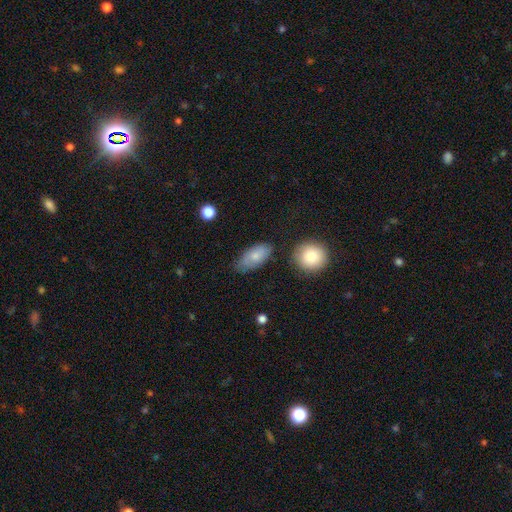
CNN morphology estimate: Smooth or featured? smooth (76%)
How rounded? in between (90%)
Merging? none (66%)